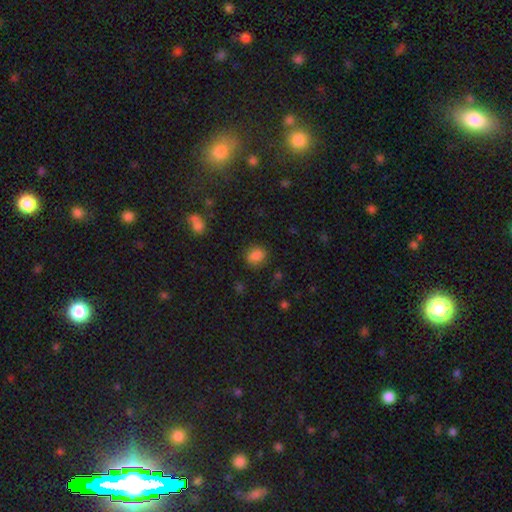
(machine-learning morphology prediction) Smooth or featured? smooth (83%)
How rounded? round (60%)
Merging? none (81%)